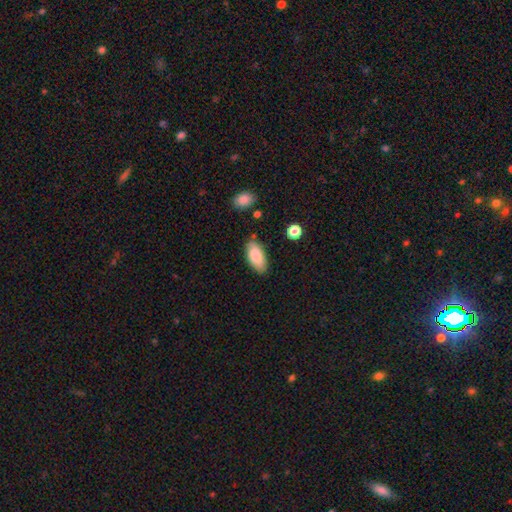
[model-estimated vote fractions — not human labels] Smooth or featured: smooth — 85% (featured or disk — 8%)
How rounded: in between — 91% (cigar-shaped — 7%)
Merging: none — 80% (minor disturbance — 15%)